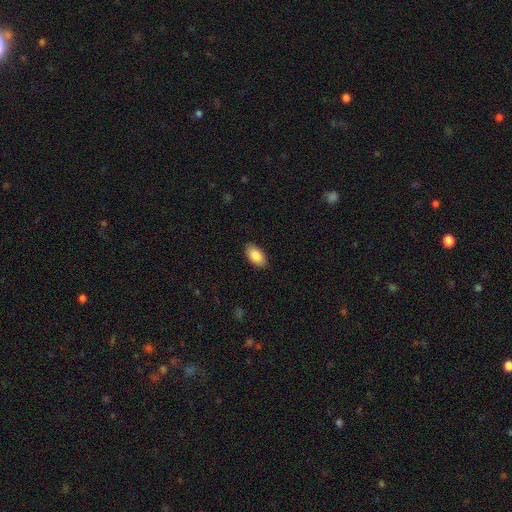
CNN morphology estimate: The model was most divided on "smooth or featured": smooth: 87%, featured or disk: 7%, star or artifact: 7%. More confident: how rounded — in between (95%); merging — none (89%).